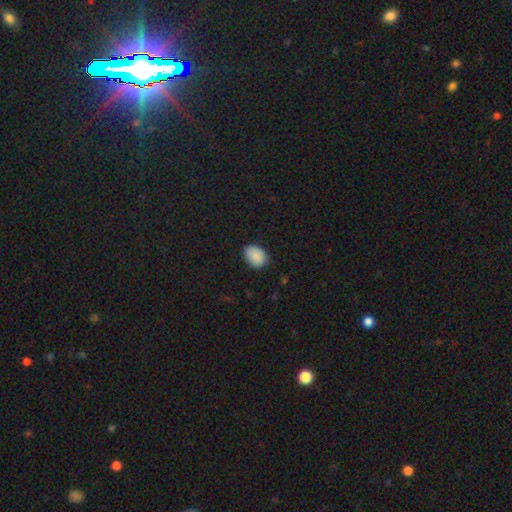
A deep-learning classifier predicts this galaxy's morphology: Q: Smooth or featured?
A: smooth (90%); runner-up: star or artifact (7%)
Q: How rounded?
A: in between (74%); runner-up: round (25%)
Q: Merging?
A: none (83%); runner-up: minor disturbance (14%)